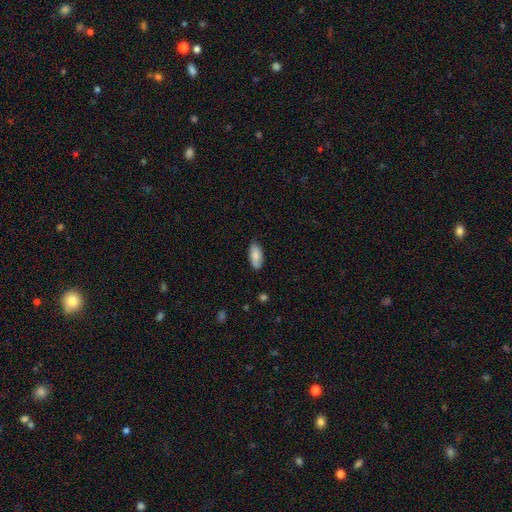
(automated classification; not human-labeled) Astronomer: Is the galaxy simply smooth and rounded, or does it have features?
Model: smooth — 83%.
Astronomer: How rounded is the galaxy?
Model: in between — 87%.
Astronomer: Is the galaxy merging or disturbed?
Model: none — 82%.